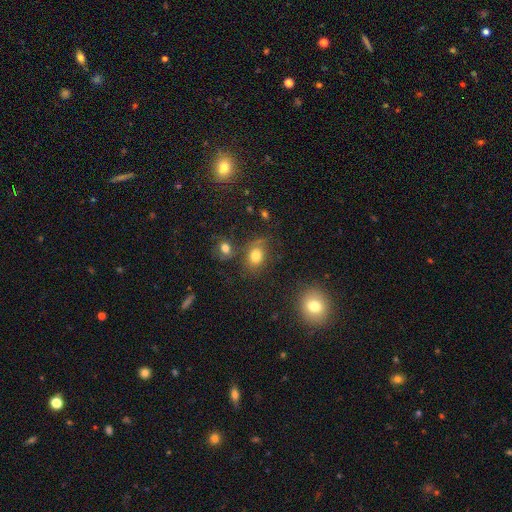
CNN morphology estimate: This is likely a smooth galaxy (76%). How rounded: likely in between (67%). Merging: possibly none (60%).